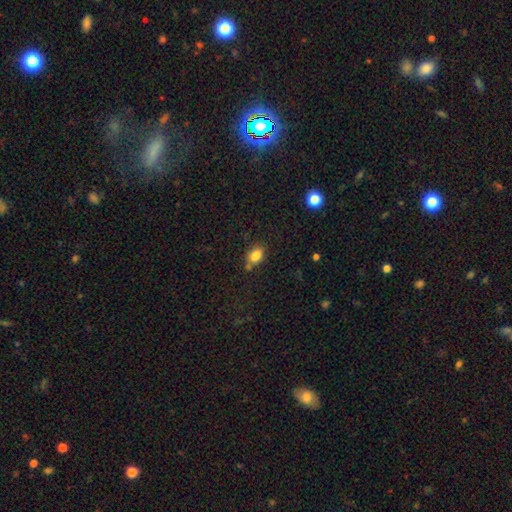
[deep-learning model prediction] A smooth galaxy with no disk features (83%) that is in between round and cigar-shaped (76%). Merging: none (68%).